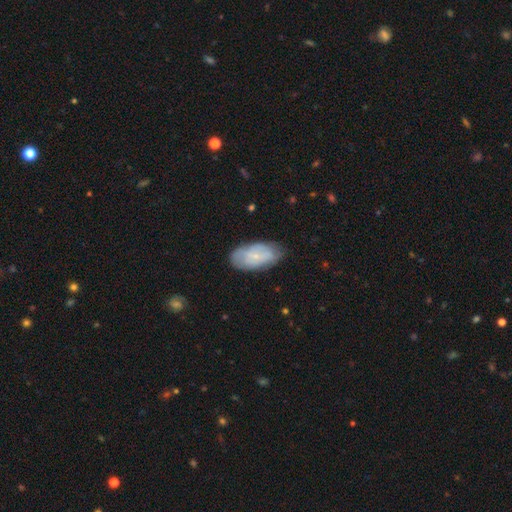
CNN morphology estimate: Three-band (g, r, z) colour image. It shows a smooth galaxy with no disk features (52%) that is in between round and cigar-shaped (92%). Merging: none (73%).